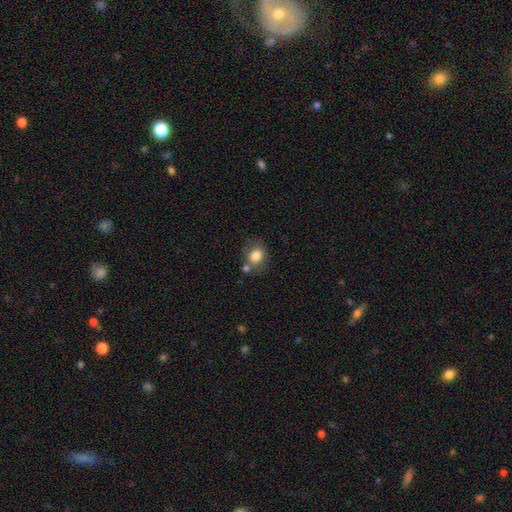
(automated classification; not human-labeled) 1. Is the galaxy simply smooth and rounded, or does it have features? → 81% smooth, 9% featured or disk, 9% star or artifact.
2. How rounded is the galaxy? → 62% round, 37% in between, 1% cigar-shaped.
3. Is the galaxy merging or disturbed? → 57% none, 22% merger, 16% minor disturbance, 6% major disturbance.